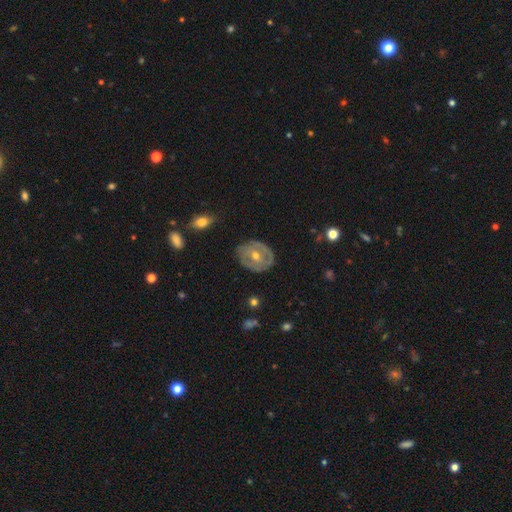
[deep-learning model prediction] A featured or disk galaxy (69%) with no bar (54%), no spiral arms (52%) and a moderate central bulge (61%). Merging: none (75%).